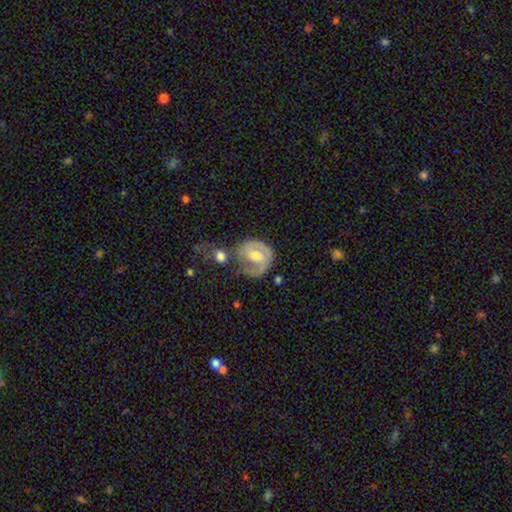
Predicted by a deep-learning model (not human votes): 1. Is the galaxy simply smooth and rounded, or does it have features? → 72% featured or disk, 22% smooth, 6% star or artifact.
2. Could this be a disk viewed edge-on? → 97% no, 3% yes.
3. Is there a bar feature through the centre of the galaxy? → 50% weak, 34% no, 15% strong.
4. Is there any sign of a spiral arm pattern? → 87% yes, 13% no.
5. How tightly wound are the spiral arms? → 42% medium (tied), 42% tight (tied), 16% loose.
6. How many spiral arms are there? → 57% 2, 26% 1, 13% can't tell, 3% 3, 1% 4, 1% more than 4.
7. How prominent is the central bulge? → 66% moderate, 25% small, 5% large, 2% none, 1% dominant.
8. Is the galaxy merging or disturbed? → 44% none, 24% minor disturbance, 18% major disturbance, 14% merger.